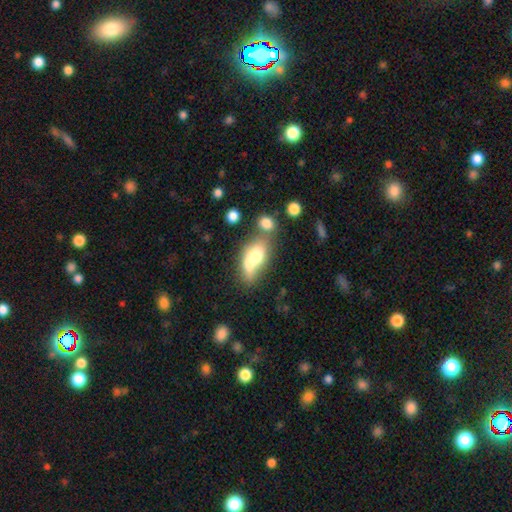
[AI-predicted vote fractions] Smooth or featured: smooth — 65% (featured or disk — 26%)
How rounded: in between — 66% (round — 26%)
Merging: merger — 60% (none — 24%)